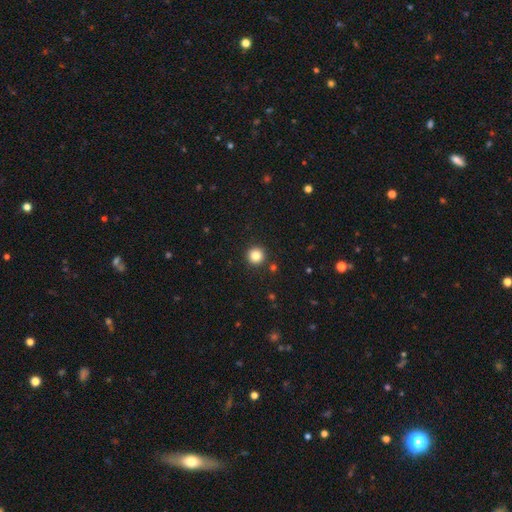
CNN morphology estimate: A smooth galaxy with no disk features (84%) that is round (96%). Merging: none (91%).